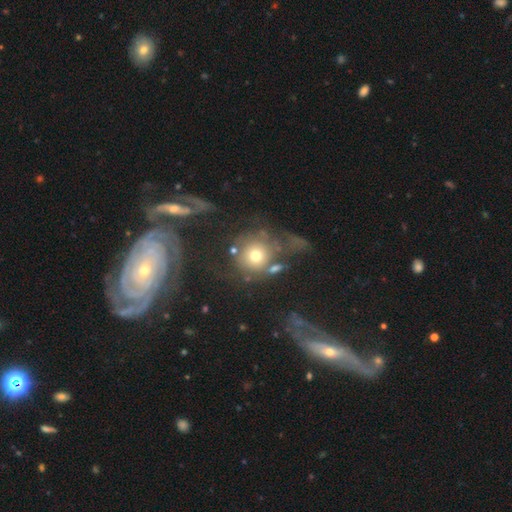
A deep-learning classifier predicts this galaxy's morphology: Smooth or featured? Predicted: smooth (p=0.57). How rounded? Predicted: round (p=0.89). Merging? Predicted: none (p=0.44).